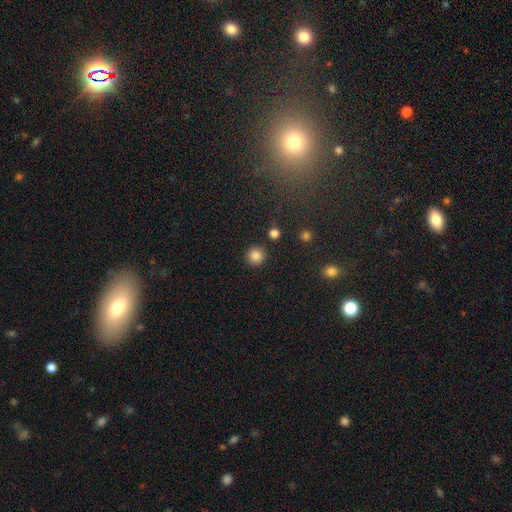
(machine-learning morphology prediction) Smooth or featured? smooth (85%)
How rounded? round (94%)
Merging? none (89%)